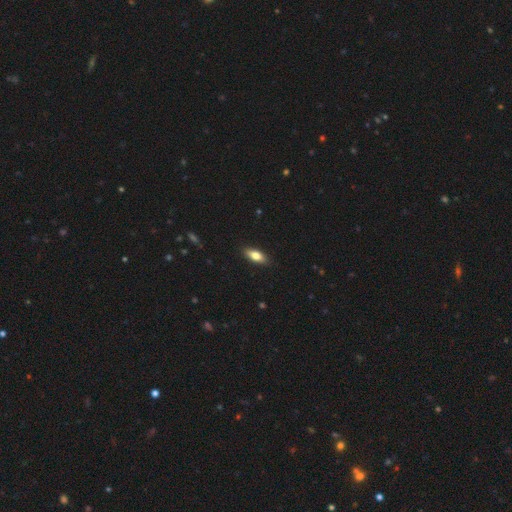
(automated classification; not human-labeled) Q: Smooth or featured?
A: smooth (75%); runner-up: featured or disk (18%)
Q: How rounded?
A: in between (77%); runner-up: cigar-shaped (20%)
Q: Merging?
A: none (88%); runner-up: minor disturbance (9%)